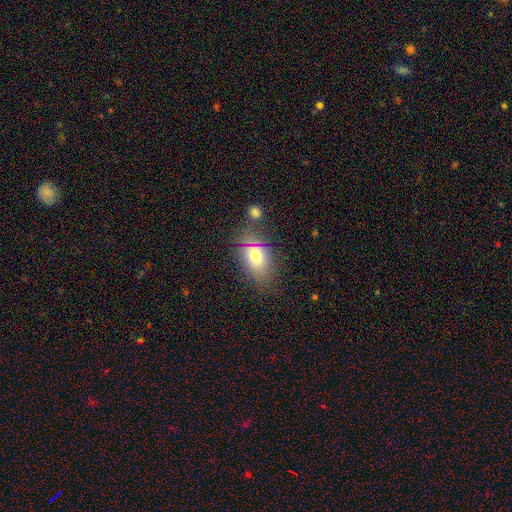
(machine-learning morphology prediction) Smooth or featured? Predicted: smooth (p=0.71). How rounded? Predicted: in between (p=0.78). Merging? Predicted: none (p=0.65).